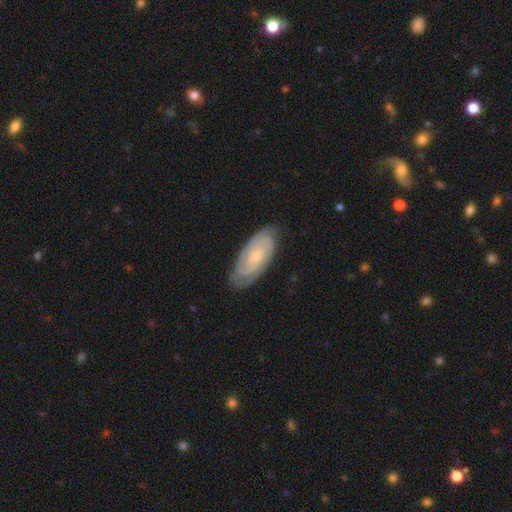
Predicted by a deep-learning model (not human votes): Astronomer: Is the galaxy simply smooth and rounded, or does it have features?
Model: featured or disk — 75%.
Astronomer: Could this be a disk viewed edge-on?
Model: no — 94%.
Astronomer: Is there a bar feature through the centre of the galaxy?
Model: no — 66%.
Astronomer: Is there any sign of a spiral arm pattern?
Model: yes — 95%.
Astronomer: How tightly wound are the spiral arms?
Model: tight — 70%.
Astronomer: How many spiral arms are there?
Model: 2 — 59%.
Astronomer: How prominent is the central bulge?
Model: small — 59%.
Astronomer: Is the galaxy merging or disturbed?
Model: none — 80%.